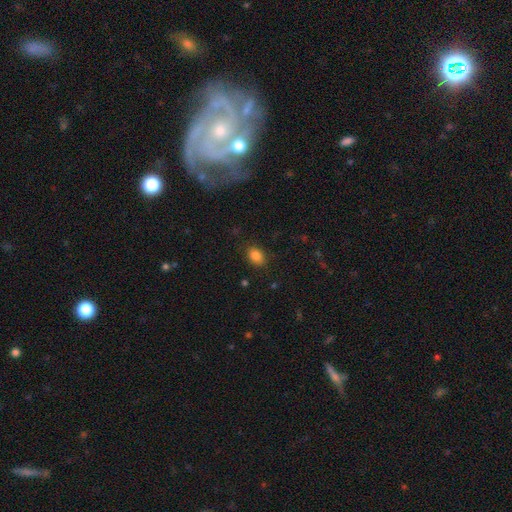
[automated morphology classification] Smooth or featured? smooth (85%)
How rounded? in between (72%)
Merging? none (84%)